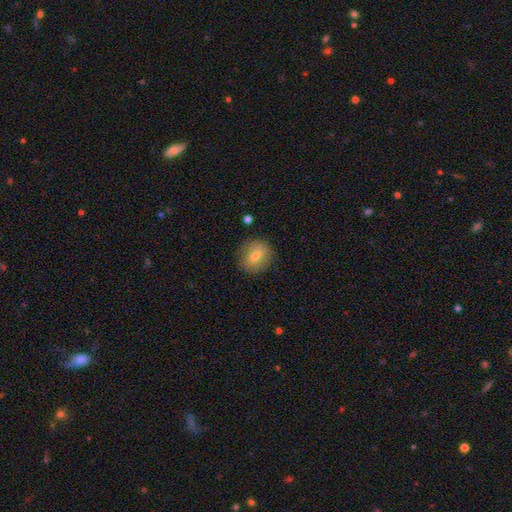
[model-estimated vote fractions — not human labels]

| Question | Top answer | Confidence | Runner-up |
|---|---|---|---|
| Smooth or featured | smooth | 74% | featured or disk (17%) |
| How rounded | round | 74% | in between (24%) |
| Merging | none | 85% | minor disturbance (11%) |